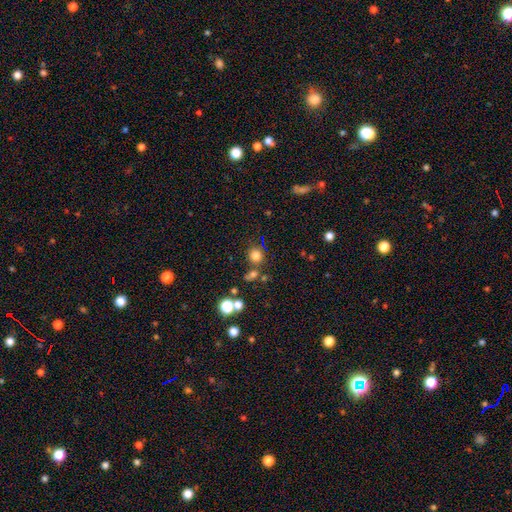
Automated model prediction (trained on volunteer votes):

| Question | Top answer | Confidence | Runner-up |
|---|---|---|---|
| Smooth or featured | smooth | 77% | star or artifact (17%) |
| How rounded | round | 89% | in between (10%) |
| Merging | none | 73% | merger (13%) |